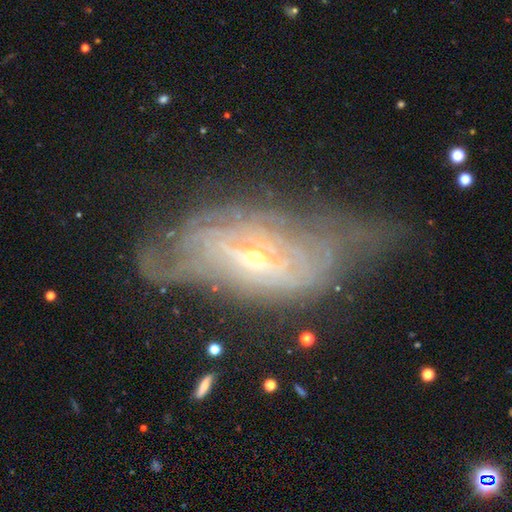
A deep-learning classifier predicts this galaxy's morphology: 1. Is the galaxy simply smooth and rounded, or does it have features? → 75% featured or disk, 14% smooth, 11% star or artifact.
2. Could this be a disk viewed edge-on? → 85% no, 15% yes.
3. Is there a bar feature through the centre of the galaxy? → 60% no, 29% weak, 11% strong.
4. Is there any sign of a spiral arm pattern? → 70% yes, 30% no.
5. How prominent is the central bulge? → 76% small, 20% moderate, 2% large, 1% none, 1% dominant.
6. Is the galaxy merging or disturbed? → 42% none, 28% major disturbance, 27% minor disturbance, 3% merger.